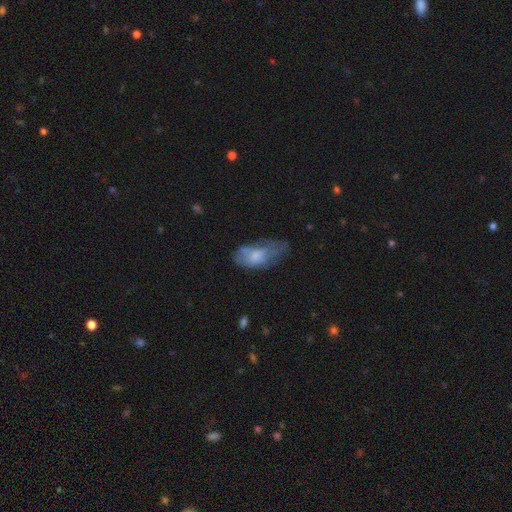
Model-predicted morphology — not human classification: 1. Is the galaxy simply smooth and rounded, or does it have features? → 55% smooth, 36% featured or disk, 8% star or artifact.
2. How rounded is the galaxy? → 90% in between, 6% cigar-shaped, 4% round.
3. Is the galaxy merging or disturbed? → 34% minor disturbance, 33% none, 28% major disturbance, 4% merger.